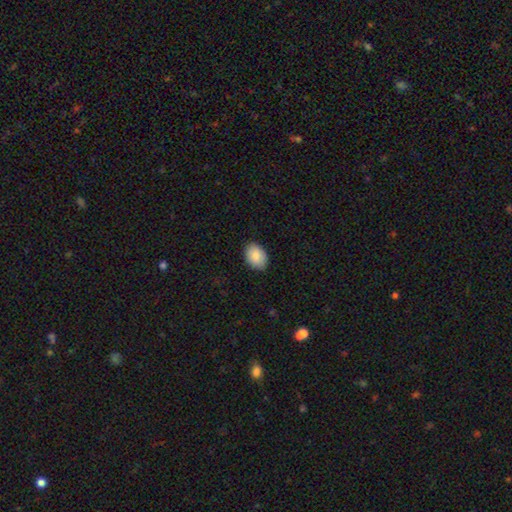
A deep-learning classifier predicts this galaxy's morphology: Smooth or featured: smooth — 85% (featured or disk — 8%)
How rounded: in between — 78% (round — 21%)
Merging: none — 86% (minor disturbance — 11%)